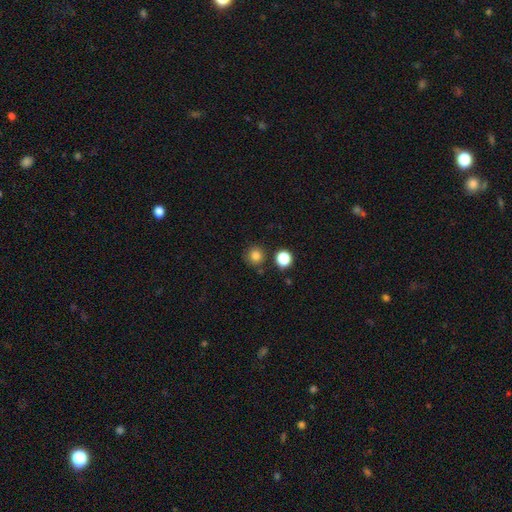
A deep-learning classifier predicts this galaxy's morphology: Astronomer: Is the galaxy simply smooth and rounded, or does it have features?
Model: smooth — 82%.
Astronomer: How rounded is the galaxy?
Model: round — 93%.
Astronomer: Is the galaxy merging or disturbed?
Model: none — 83%.